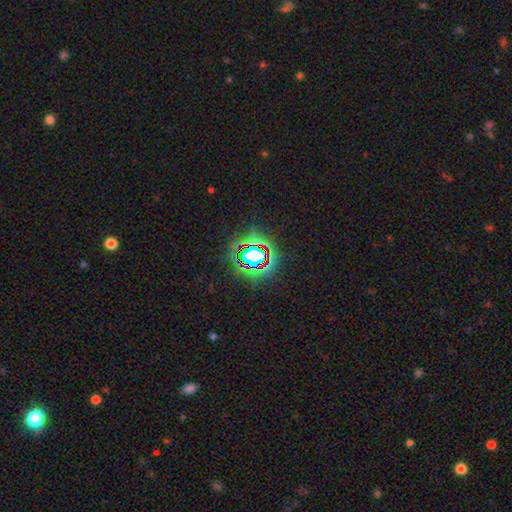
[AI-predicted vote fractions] smooth_or_featured: star or artifact (p=0.74) [alt: smooth p=0.15]